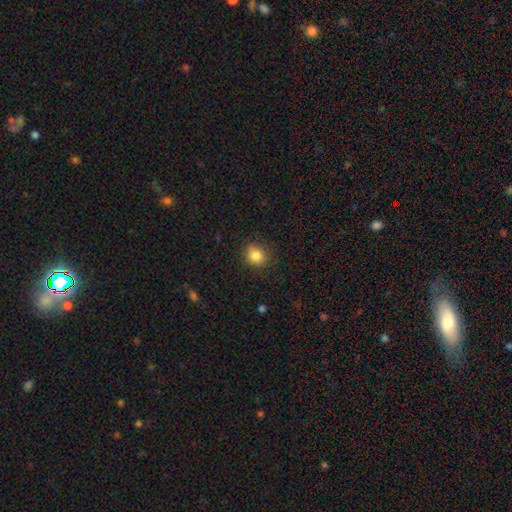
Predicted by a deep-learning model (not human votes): Smooth or featured? smooth (84%)
How rounded? round (78%)
Merging? none (85%)